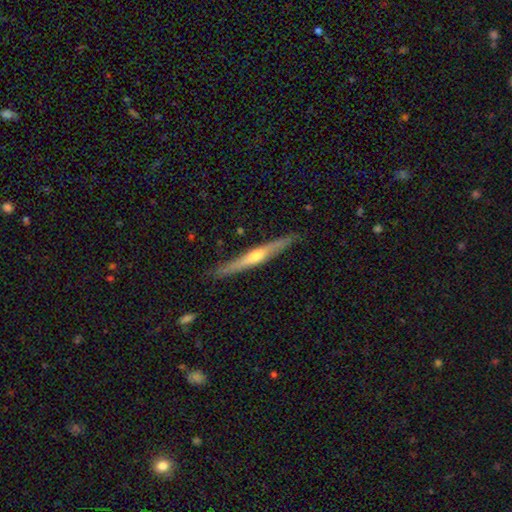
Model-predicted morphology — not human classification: featured or disk 64%, smooth 30%, star or artifact 5%. Down the decision tree: edge-on disk — yes (96%); edge-on bulge — rounded (77%); merging — none (86%).